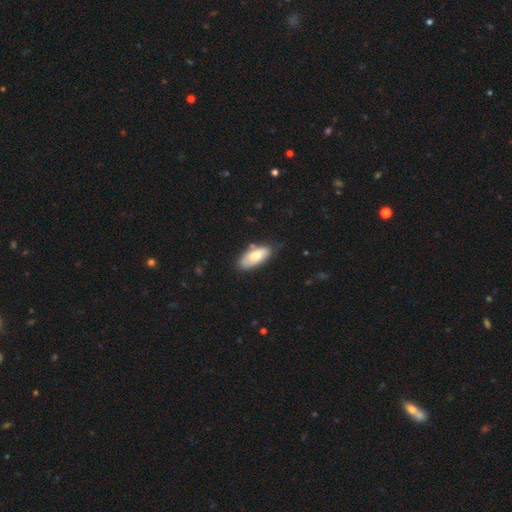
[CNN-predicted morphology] smooth-or-featured: smooth: 79% | featured or disk: 15% | star or artifact: 6%
  how-rounded: in between: 86% | cigar-shaped: 13% | round: 2%
  merging: none: 70% | minor disturbance: 22% | major disturbance: 4% | merger: 4%